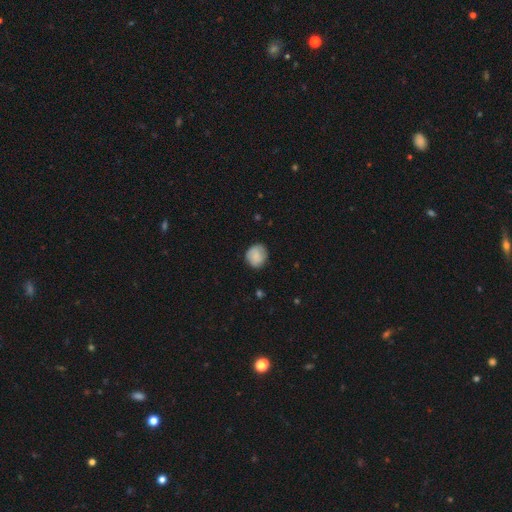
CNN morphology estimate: Smooth or featured? Predicted: smooth (p=0.83). How rounded? Predicted: round (p=0.81). Merging? Predicted: none (p=0.81).